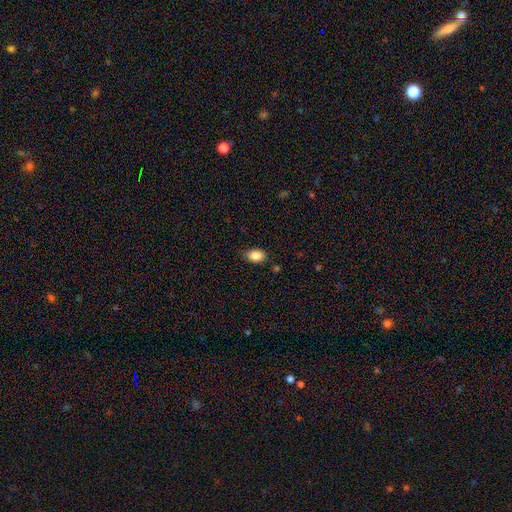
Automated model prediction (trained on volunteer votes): Morphology: type=smooth (87%); roundness=in between (87%); merging=none (80%).